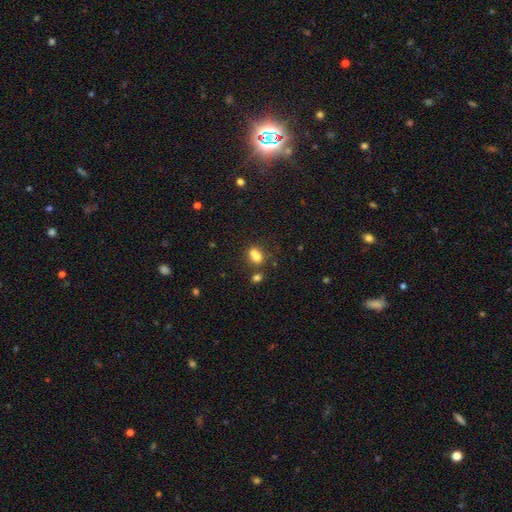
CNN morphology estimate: This appears to be a smooth galaxy with no disk features (71%) that is in between round and cigar-shaped (53%). Merging: merger (54%).